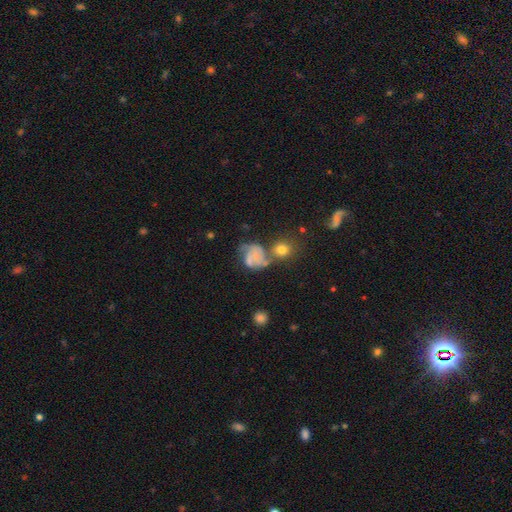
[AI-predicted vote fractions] Smooth or featured: featured or disk — 46% (smooth — 41%)
Merging: none — 34% (major disturbance — 24%)